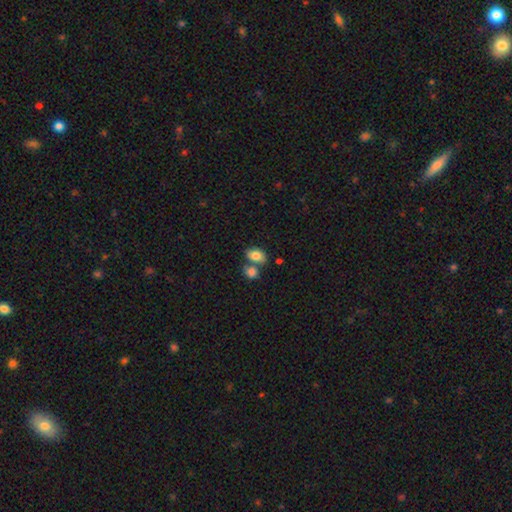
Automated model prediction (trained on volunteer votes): smooth 83%, featured or disk 9%, star or artifact 8%. Down the decision tree: how rounded — in between (81%); merging — none (46%).